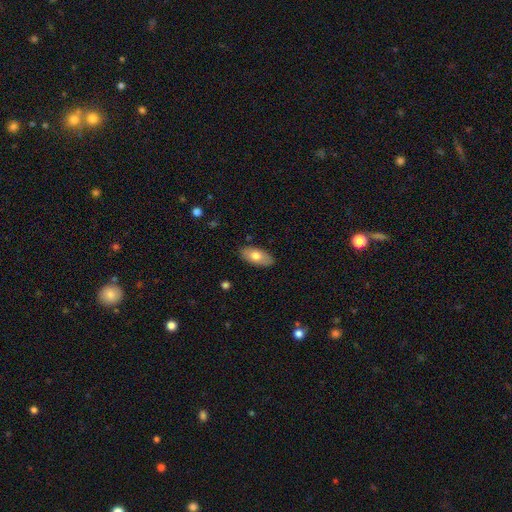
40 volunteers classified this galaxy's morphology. smooth 57%, featured or disk 30%, star or artifact 12%. Down the decision tree: how rounded — in between (83%); merging — none (80%).